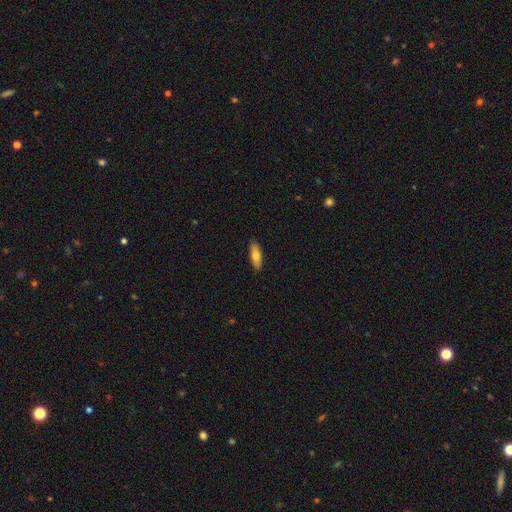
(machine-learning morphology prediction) Smooth or featured: smooth — 73% (featured or disk — 21%)
How rounded: in between — 62% (cigar-shaped — 36%)
Merging: none — 89% (minor disturbance — 9%)